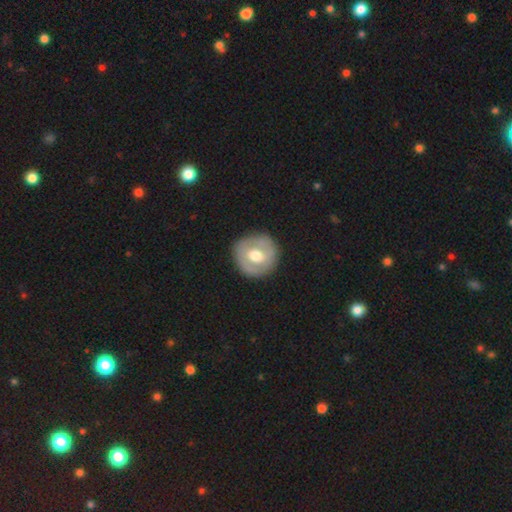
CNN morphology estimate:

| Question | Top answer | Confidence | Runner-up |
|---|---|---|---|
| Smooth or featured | smooth | 49% | featured or disk (45%) |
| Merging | none | 85% | minor disturbance (10%) |